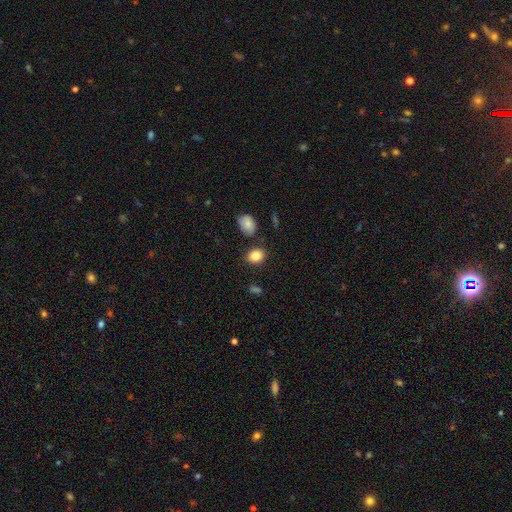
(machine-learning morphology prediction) Smooth or featured?
  - smooth: 85% *
  - star or artifact: 9%
  - featured or disk: 6%
How rounded?
  - round: 54% *
  - in between: 45%
  - cigar-shaped: 1%
Merging?
  - none: 80% *
  - minor disturbance: 11%
  - merger: 6%
  - major disturbance: 3%